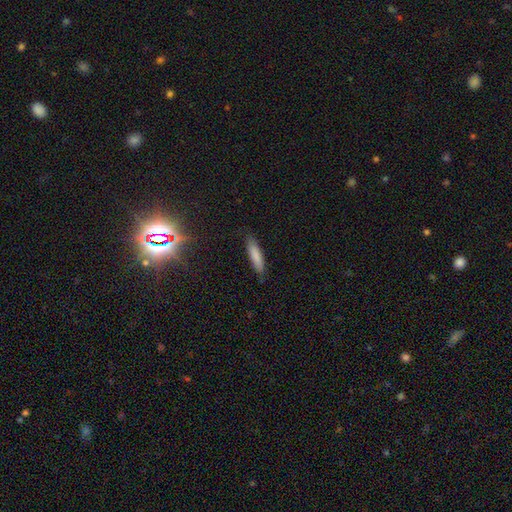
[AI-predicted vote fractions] A smooth galaxy with no disk features (82%) that is cigar-shaped (78%).

Vote fractions:
- Smooth or featured? smooth: 82% / featured or disk: 11% / star or artifact: 7%
- How rounded? cigar-shaped: 78% / in between: 21% / round: 1%
- Merging? none: 84% / minor disturbance: 13% / major disturbance: 2% / merger: 1%